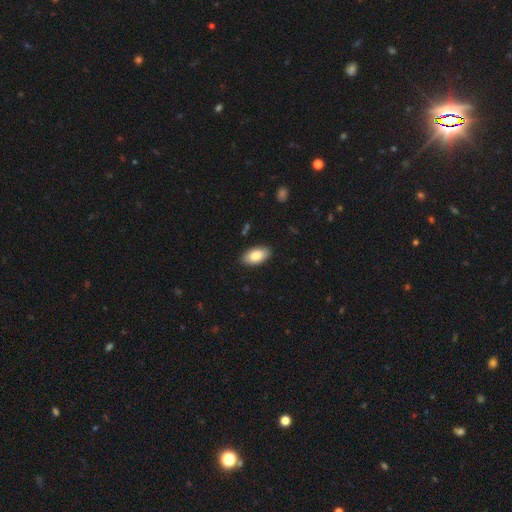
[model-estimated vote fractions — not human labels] Smooth or featured? smooth (85%)
How rounded? in between (95%)
Merging? none (88%)